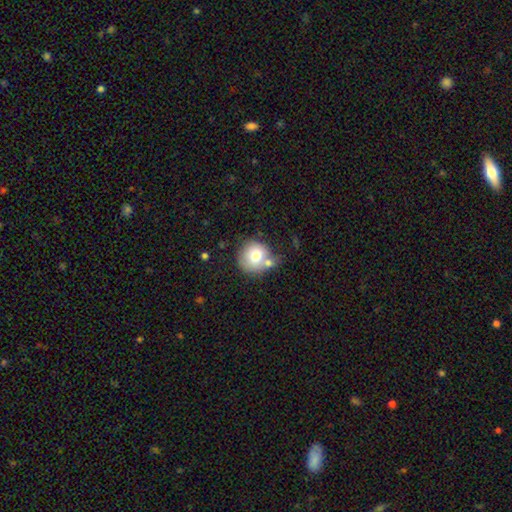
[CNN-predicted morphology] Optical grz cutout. It shows a smooth galaxy with no disk features (73%) that is round (89%). Merging: none (48%).